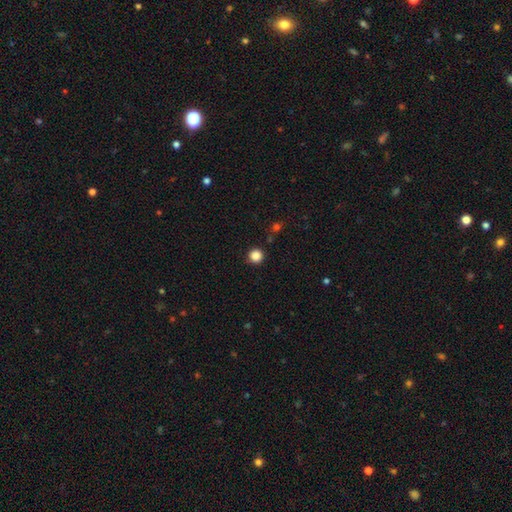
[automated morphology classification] Overall: smooth (86%). How rounded: round (95%). Merging: none (90%).